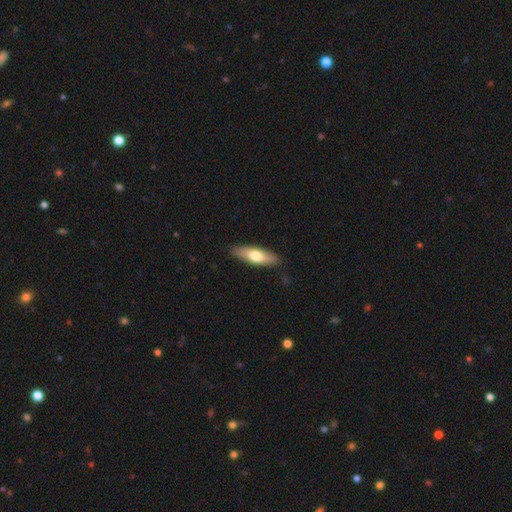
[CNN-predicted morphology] The model was most divided on "how rounded": in between: 50%, cigar-shaped: 48%, round: 2%. More confident: merging — none (86%); smooth or featured — smooth (66%).